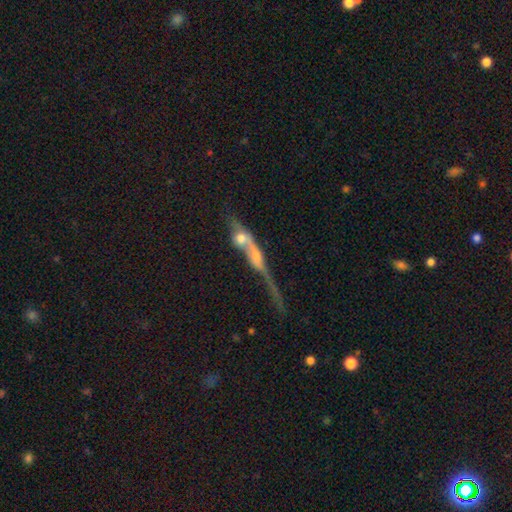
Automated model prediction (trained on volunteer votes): A featured or disk galaxy (54%) viewed edge-on (58%). Merging: merger (60%).